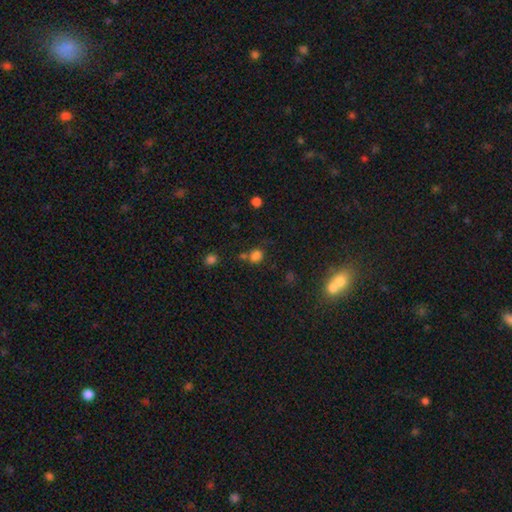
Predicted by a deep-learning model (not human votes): The model was most divided on "merging": none: 52%, merger: 26%, minor disturbance: 15%, major disturbance: 7%. More confident: smooth or featured — smooth (76%); how rounded — round (65%).